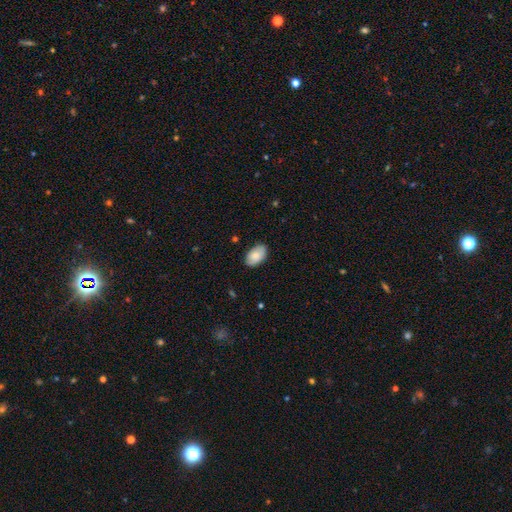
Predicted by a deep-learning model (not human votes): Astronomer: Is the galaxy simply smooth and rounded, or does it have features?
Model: smooth — 79%.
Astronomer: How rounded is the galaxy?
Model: in between — 93%.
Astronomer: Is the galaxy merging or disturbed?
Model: none — 83%.